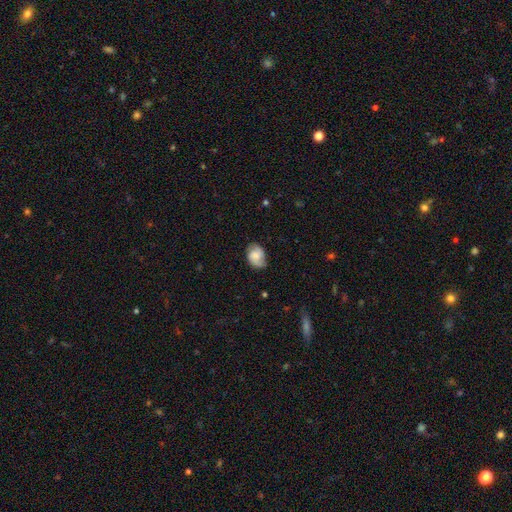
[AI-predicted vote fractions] Smooth or featured?
  - smooth: 58% *
  - featured or disk: 34%
  - star or artifact: 8%
How rounded?
  - in between: 75% *
  - round: 24%
  - cigar-shaped: 1%
Merging?
  - none: 70% *
  - minor disturbance: 23%
  - major disturbance: 5%
  - merger: 1%